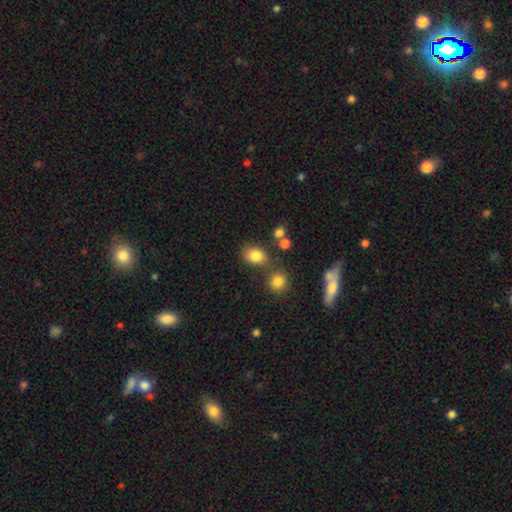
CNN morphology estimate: smooth 82%, star or artifact 11%, featured or disk 7%. Down the decision tree: how rounded — in between (62%); merging — none (65%).